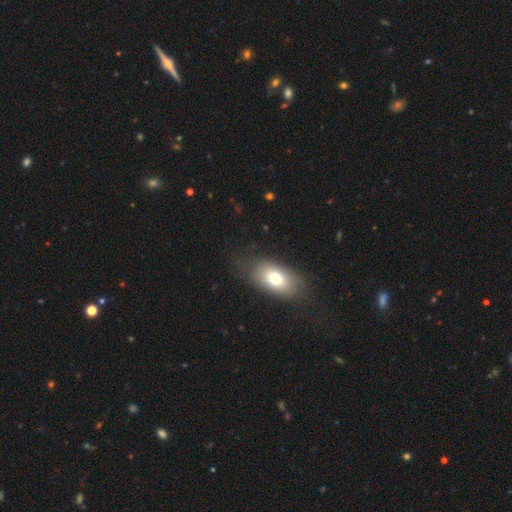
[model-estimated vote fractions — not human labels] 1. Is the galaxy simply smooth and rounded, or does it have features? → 66% smooth, 17% star or artifact, 17% featured or disk.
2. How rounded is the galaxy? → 87% in between, 8% round, 5% cigar-shaped.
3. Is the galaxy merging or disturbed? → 86% none, 9% minor disturbance, 3% major disturbance, 1% merger.